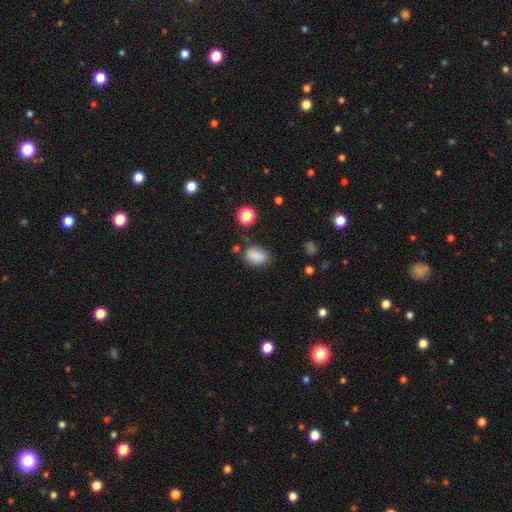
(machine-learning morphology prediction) Overall: smooth (83%). How rounded: in between (79%). Merging: none (67%).